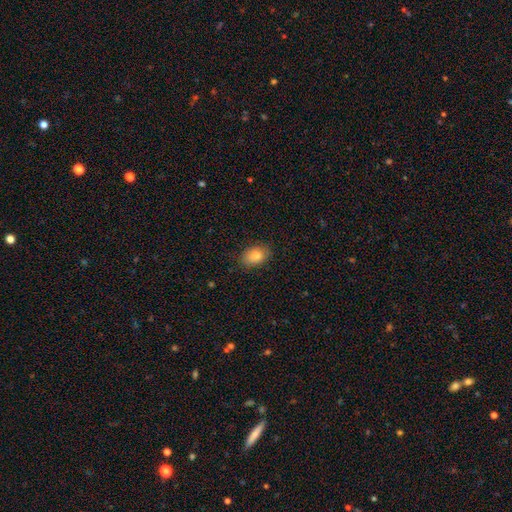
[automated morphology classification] A smooth galaxy with no disk features (83%) that is in between round and cigar-shaped (84%).

Vote fractions:
- Smooth or featured? smooth: 83% / star or artifact: 8% / featured or disk: 8%
- How rounded? in between: 84% / round: 15% / cigar-shaped: 1%
- Merging? none: 86% / minor disturbance: 11% / major disturbance: 2% / merger: 1%